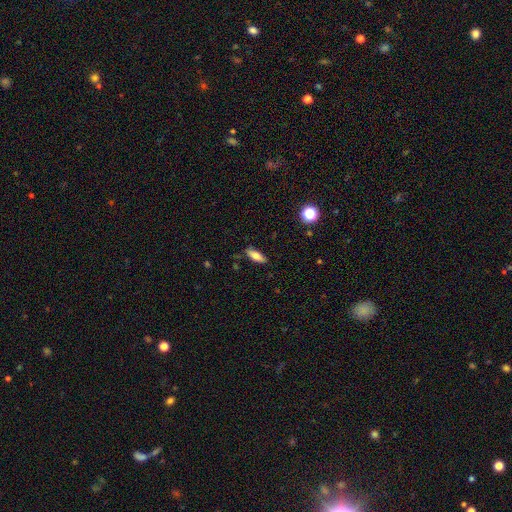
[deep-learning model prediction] smooth-or-featured: smooth: 73% | featured or disk: 19% | star or artifact: 8%
  how-rounded: in between: 62% | cigar-shaped: 35% | round: 3%
  merging: none: 83% | minor disturbance: 13% | major disturbance: 3% | merger: 2%